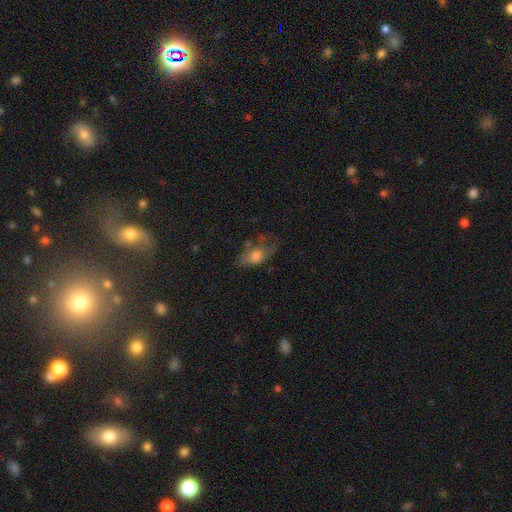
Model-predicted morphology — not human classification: Smooth or featured: smooth — 57% (featured or disk — 32%)
How rounded: in between — 83% (cigar-shaped — 10%)
Merging: none — 40% (minor disturbance — 28%)